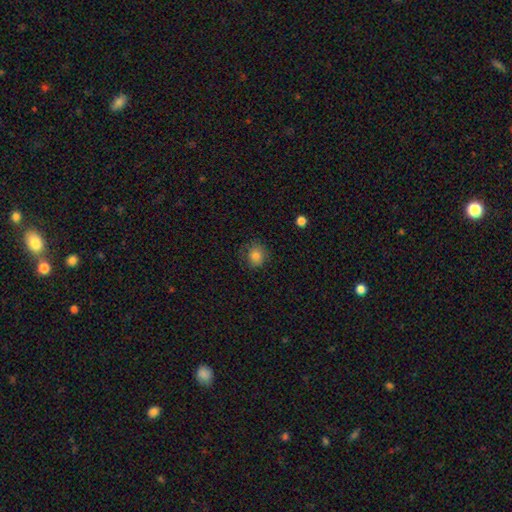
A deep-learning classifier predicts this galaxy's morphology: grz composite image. It shows a smooth galaxy with no disk features (82%) that is round (78%). Merging: none (75%).